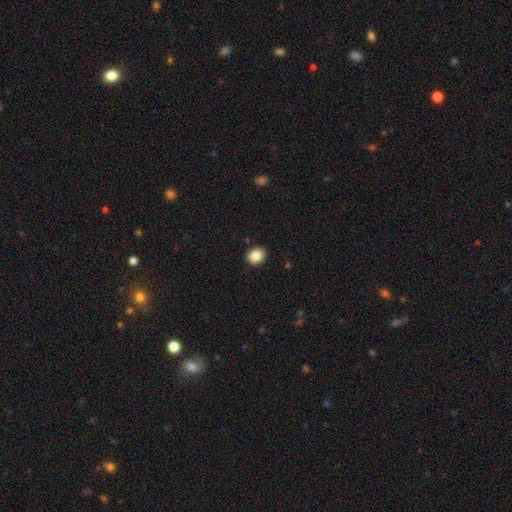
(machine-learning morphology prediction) smooth_or_featured: smooth (p=0.86) [alt: star or artifact p=0.09]
how_rounded: round (p=0.64) [alt: in between p=0.36]
merging: none (p=0.90) [alt: minor disturbance p=0.07]